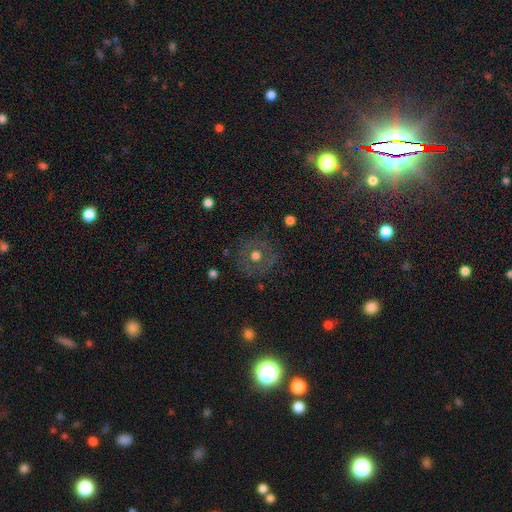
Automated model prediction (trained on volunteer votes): smooth_or_featured: smooth (p=0.54) [alt: featured or disk p=0.31]
how_rounded: round (p=0.91) [alt: in between p=0.08]
merging: none (p=0.82) [alt: minor disturbance p=0.11]